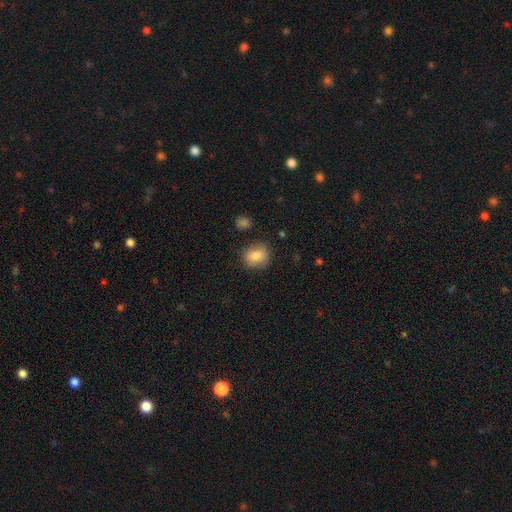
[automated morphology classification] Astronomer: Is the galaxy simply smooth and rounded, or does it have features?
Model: smooth — 81%.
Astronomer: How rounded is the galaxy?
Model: round — 62% (runner-up: in between, 37%).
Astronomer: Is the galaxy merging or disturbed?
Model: none — 77%.